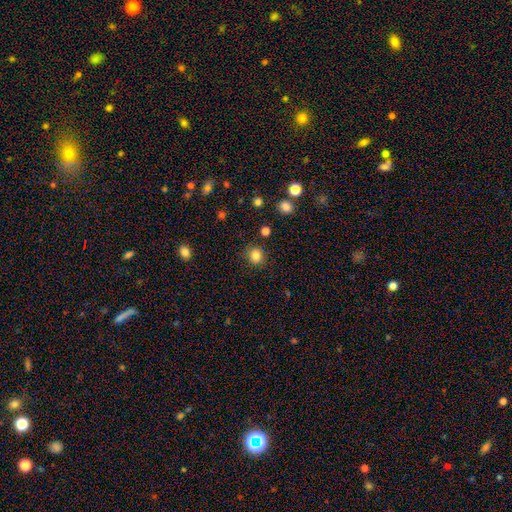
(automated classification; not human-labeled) Smooth or featured? smooth (84%)
How rounded? round (83%)
Merging? none (86%)